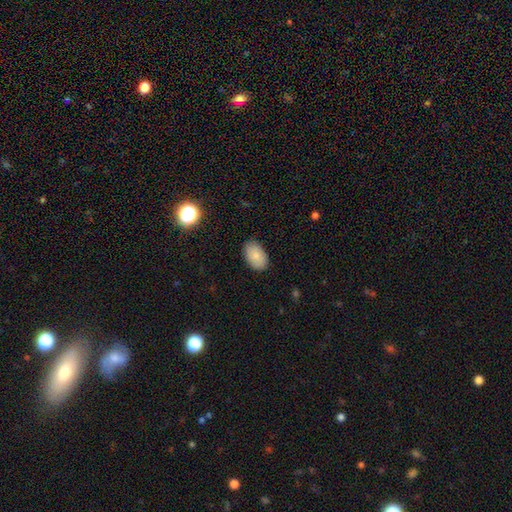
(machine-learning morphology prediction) Smooth or featured?
  - smooth: 86% *
  - featured or disk: 7%
  - star or artifact: 7%
How rounded?
  - in between: 92% *
  - round: 7%
  - cigar-shaped: 1%
Merging?
  - none: 87% *
  - minor disturbance: 10%
  - major disturbance: 2%
  - merger: 1%